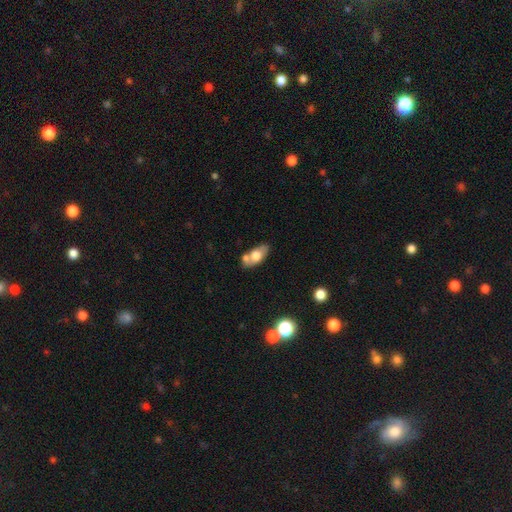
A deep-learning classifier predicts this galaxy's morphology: A smooth galaxy with no disk features (63%) that is in between round and cigar-shaped (87%).

Vote fractions:
- Smooth or featured? smooth: 63% / featured or disk: 30% / star or artifact: 7%
- How rounded? in between: 87% / cigar-shaped: 8% / round: 5%
- Merging? none: 57% / merger: 24% / minor disturbance: 15% / major disturbance: 4%